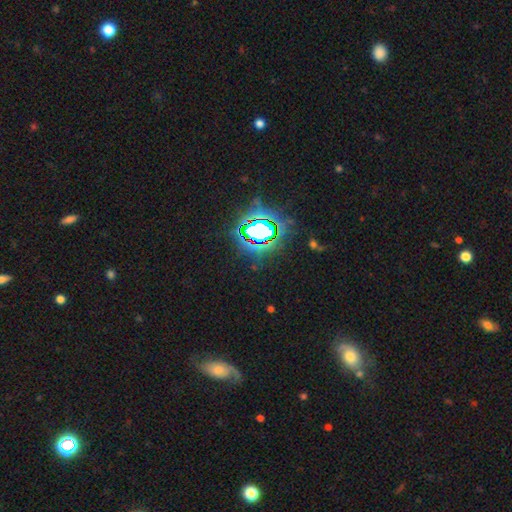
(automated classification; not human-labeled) Q: Smooth or featured?
A: star or artifact (79%); runner-up: smooth (12%)